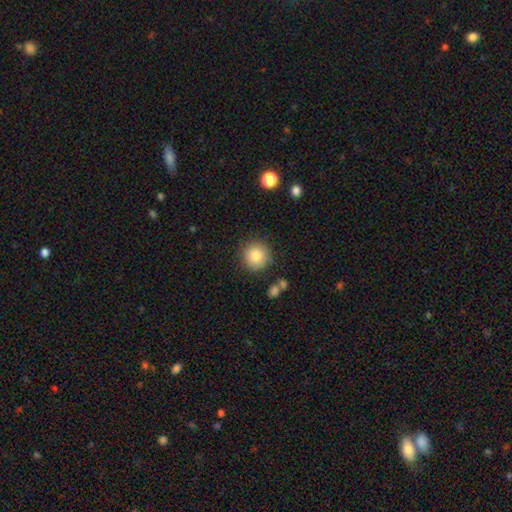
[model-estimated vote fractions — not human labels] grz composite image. It shows a smooth galaxy with no disk features (84%) that is round (94%). Merging: none (85%).